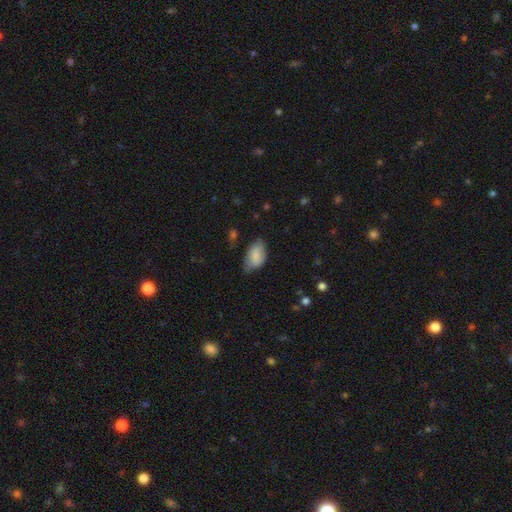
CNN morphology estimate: This appears to be a smooth galaxy with no disk features (85%) that is in between round and cigar-shaped (93%). Merging: none (58%).